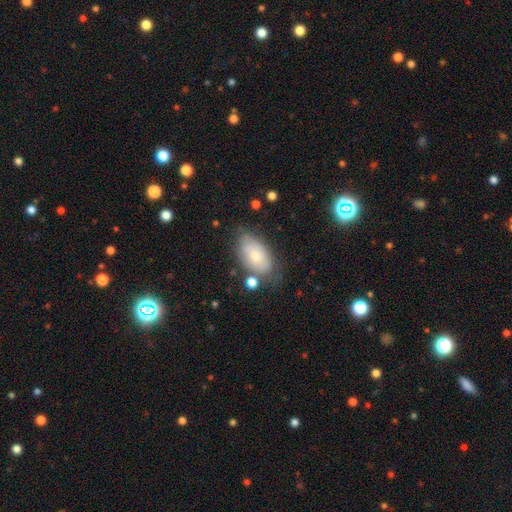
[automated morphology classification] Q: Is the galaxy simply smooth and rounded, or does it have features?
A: smooth — 69%.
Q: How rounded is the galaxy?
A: in between — 93%.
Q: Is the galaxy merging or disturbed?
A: none — 65%.